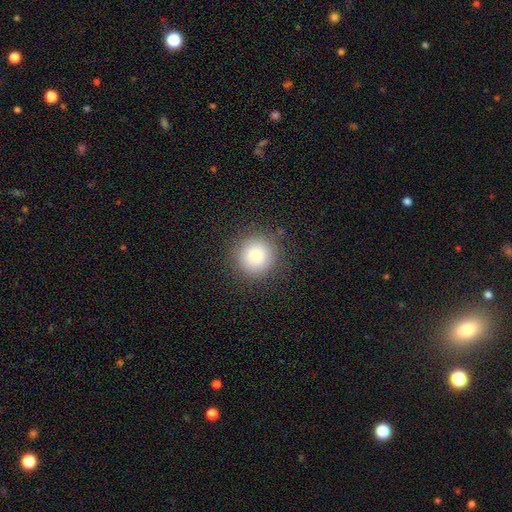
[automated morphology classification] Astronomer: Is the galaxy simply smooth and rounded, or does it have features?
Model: smooth — 79%.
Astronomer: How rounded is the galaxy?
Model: round — 95%.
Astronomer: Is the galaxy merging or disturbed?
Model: none — 89%.